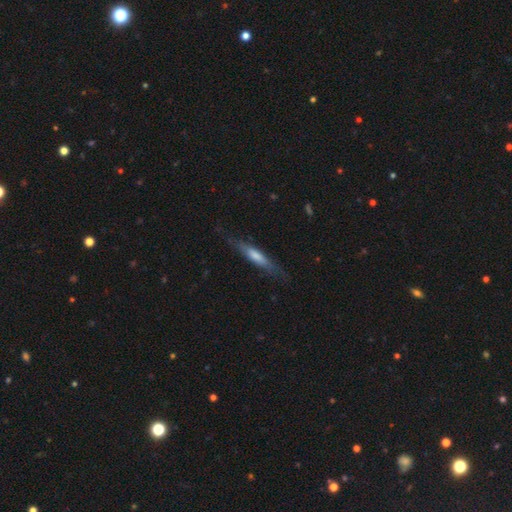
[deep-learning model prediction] Overall: smooth (54%; featured or disk 40%). How rounded: cigar-shaped (84%). Merging: none (75%).